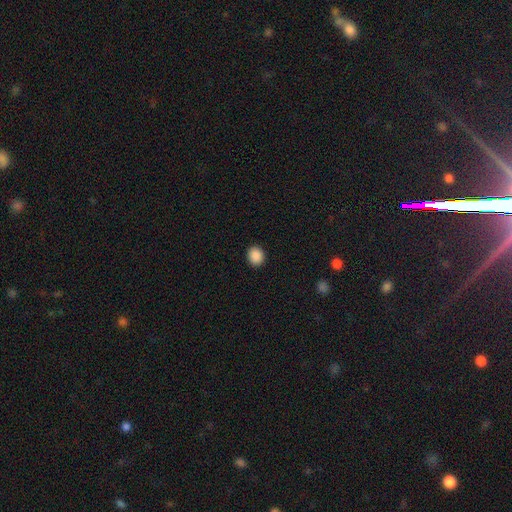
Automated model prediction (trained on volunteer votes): This is clearly a smooth galaxy (89%). How rounded: likely round (72%). Merging: clearly none (92%).